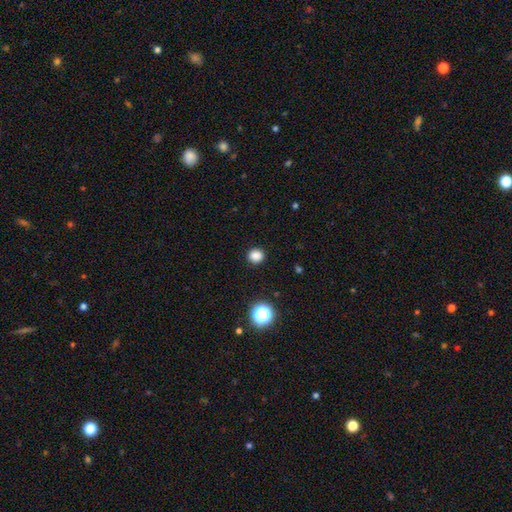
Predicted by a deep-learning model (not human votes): Smooth or featured? smooth (84%)
How rounded? round (85%)
Merging? none (91%)